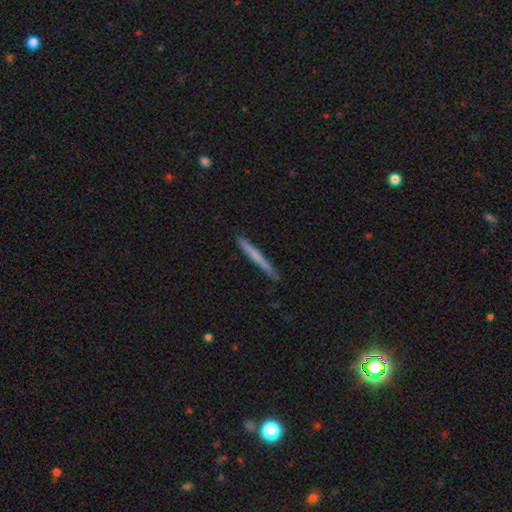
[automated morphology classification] type=smooth (57%); roundness=cigar-shaped (97%); merging=none (89%).